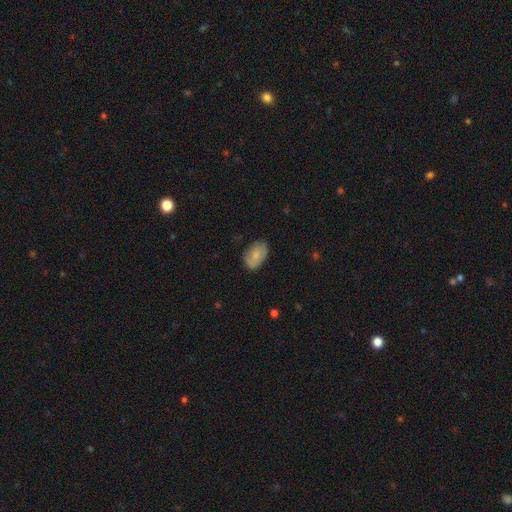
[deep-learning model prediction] Smooth or featured? smooth (78%)
How rounded? in between (90%)
Merging? none (78%)